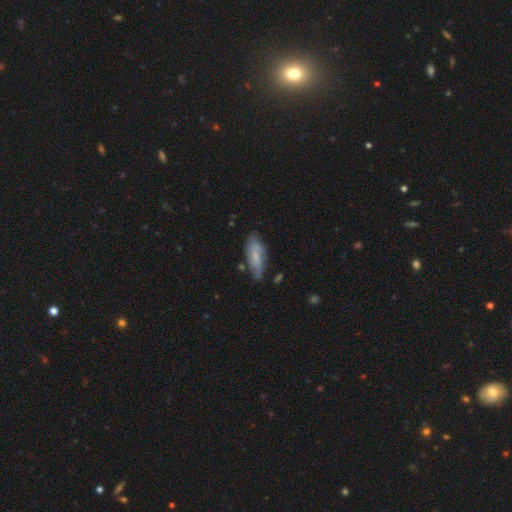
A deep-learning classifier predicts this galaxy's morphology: Overall: smooth (55%; featured or disk 38%). How rounded: in between (64%; cigar-shaped 34%). Merging: none (57%; minor disturbance 30%).